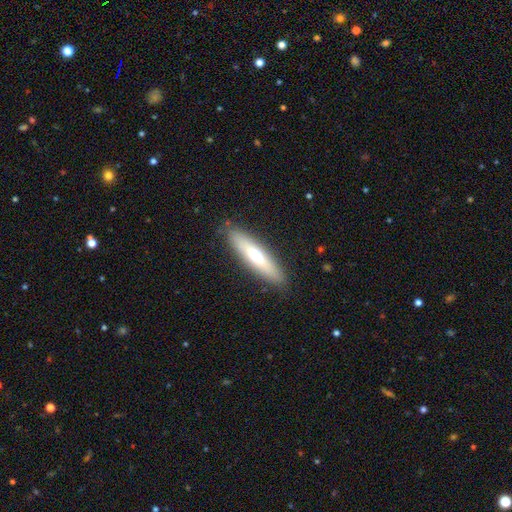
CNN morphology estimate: This is possibly a smooth galaxy (56%). How rounded: likely cigar-shaped (74%). Merging: clearly none (88%).